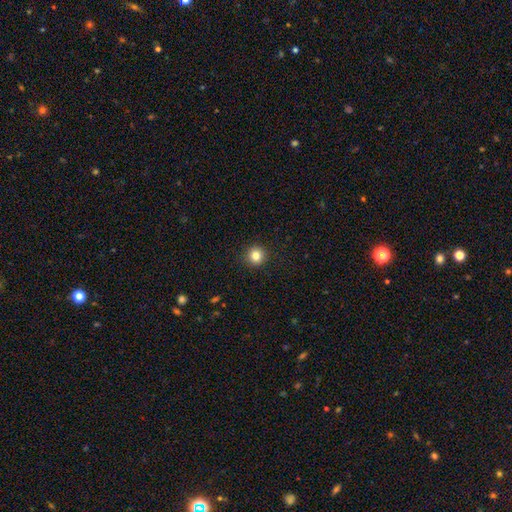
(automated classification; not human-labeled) This appears to be a smooth galaxy with no disk features (83%) that is round (94%). Merging: none (92%).